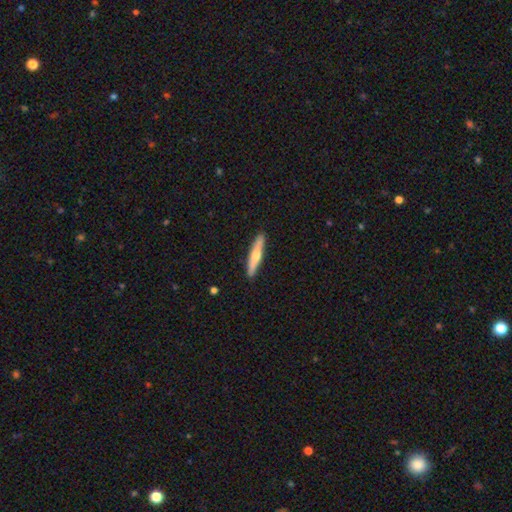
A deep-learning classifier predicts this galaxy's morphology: Overall: smooth (49%; featured or disk 46%). Merging: none (91%).